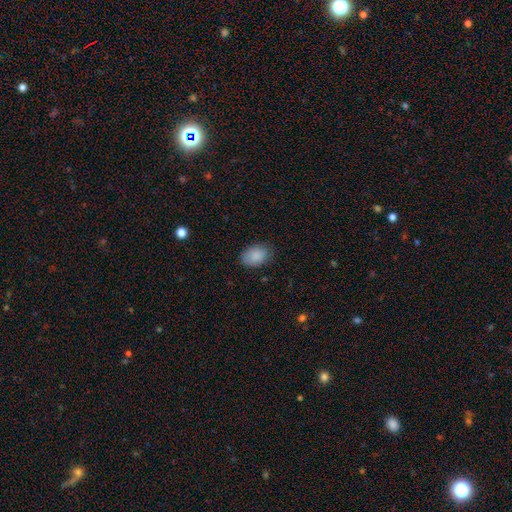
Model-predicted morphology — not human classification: This is clearly a smooth galaxy (88%). How rounded: likely in between (80%). Merging: likely none (79%).